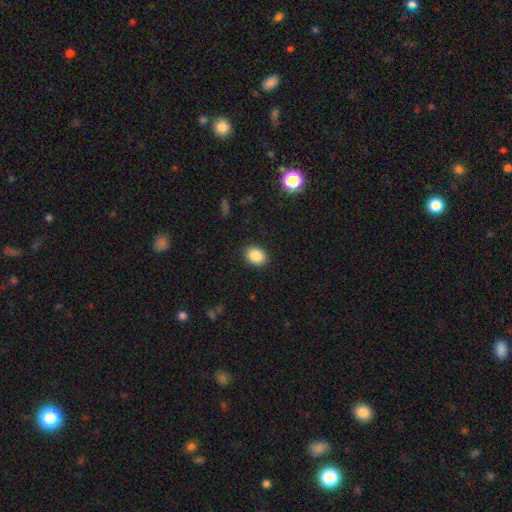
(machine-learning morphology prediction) Overall: smooth (87%). How rounded: in between (64%; round 35%). Merging: none (90%).